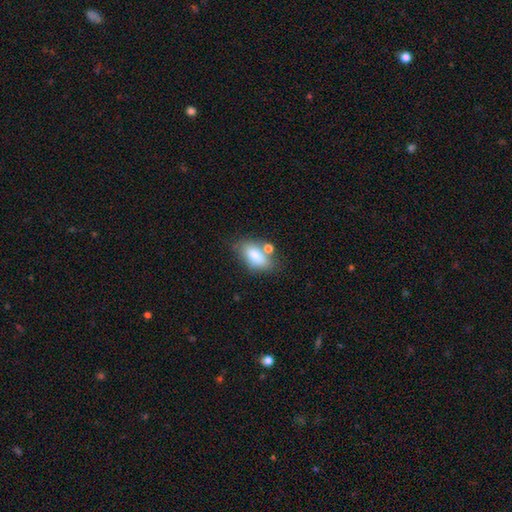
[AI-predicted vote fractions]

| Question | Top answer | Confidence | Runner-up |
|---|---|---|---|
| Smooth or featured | smooth | 79% | featured or disk (13%) |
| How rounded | in between | 88% | round (7%) |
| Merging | none | 57% | merger (19%) |